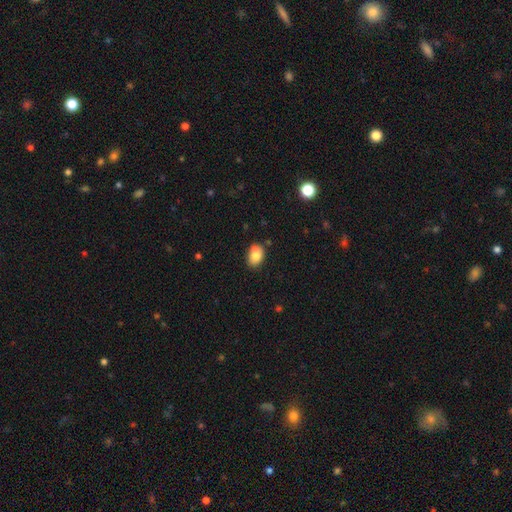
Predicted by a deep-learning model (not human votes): Overall: smooth (82%). How rounded: in between (81%). Merging: none (76%).